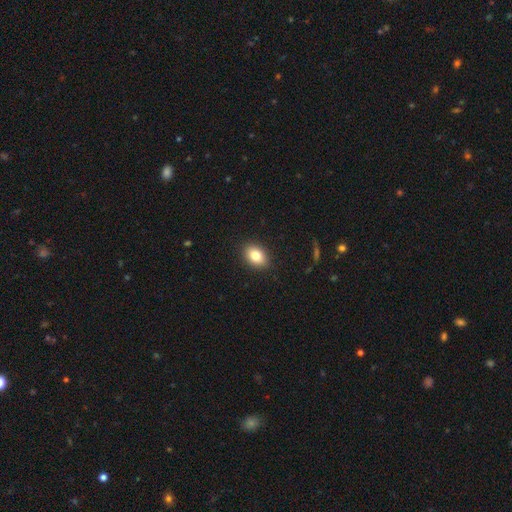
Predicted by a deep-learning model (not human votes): Smooth or featured? smooth (82%)
How rounded? in between (78%)
Merging? none (89%)